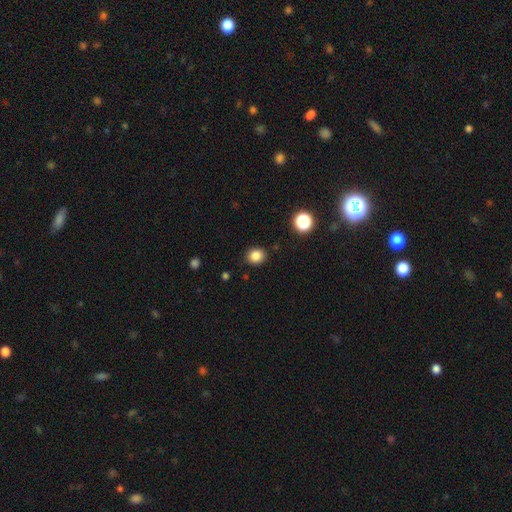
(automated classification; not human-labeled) Overall: smooth (84%). How rounded: round (72%). Merging: none (88%).